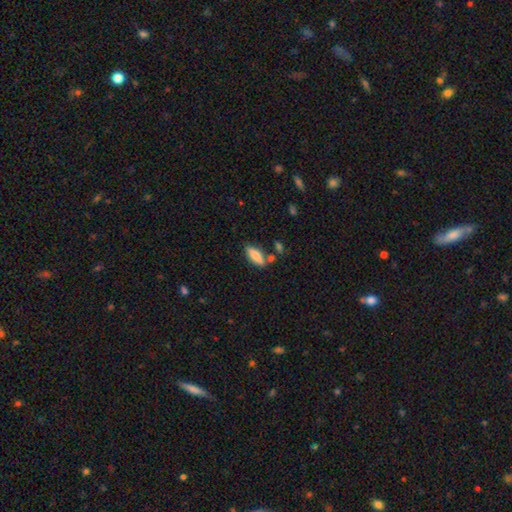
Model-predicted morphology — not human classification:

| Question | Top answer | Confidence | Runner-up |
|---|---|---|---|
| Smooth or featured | smooth | 81% | featured or disk (12%) |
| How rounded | in between | 63% | cigar-shaped (35%) |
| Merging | none | 68% | minor disturbance (17%) |